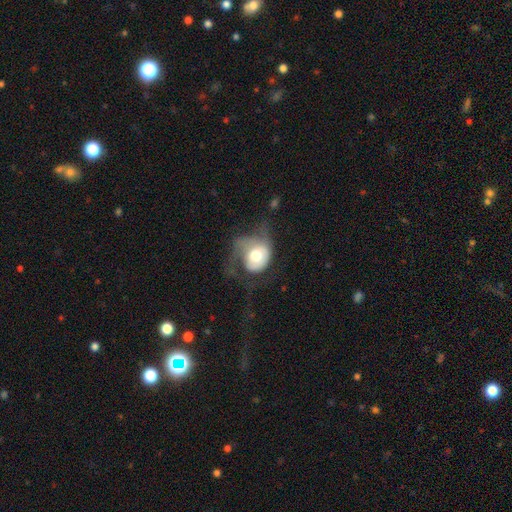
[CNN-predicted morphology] Overall: smooth (51%; featured or disk 42%). How rounded: round (56%; in between 43%). Merging: major disturbance (52%; minor disturbance 23%).